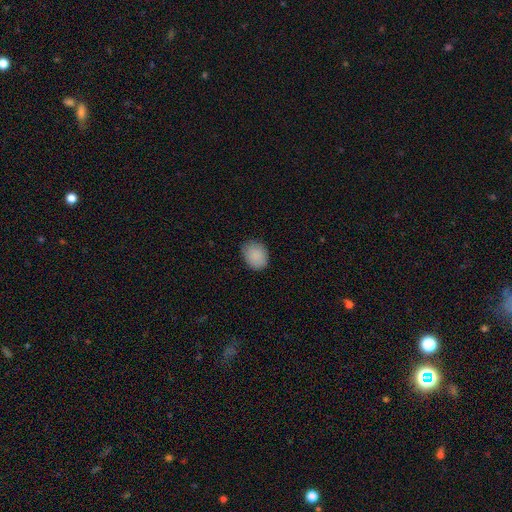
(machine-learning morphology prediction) Overall: smooth (89%). How rounded: in between (56%; round 43%). Merging: none (81%).